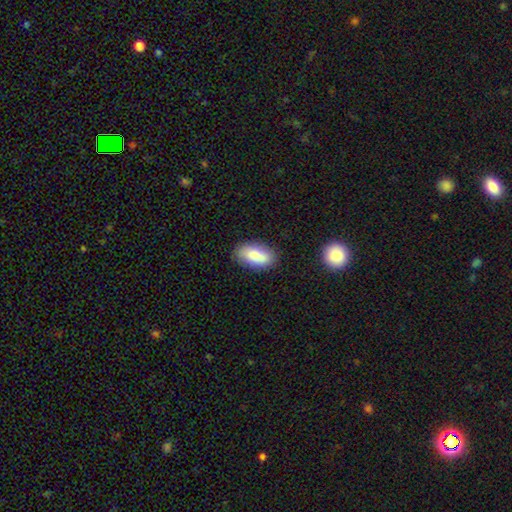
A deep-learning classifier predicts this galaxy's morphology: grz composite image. It shows a smooth galaxy with no disk features (82%) that is in between round and cigar-shaped (91%). Merging: none (84%).